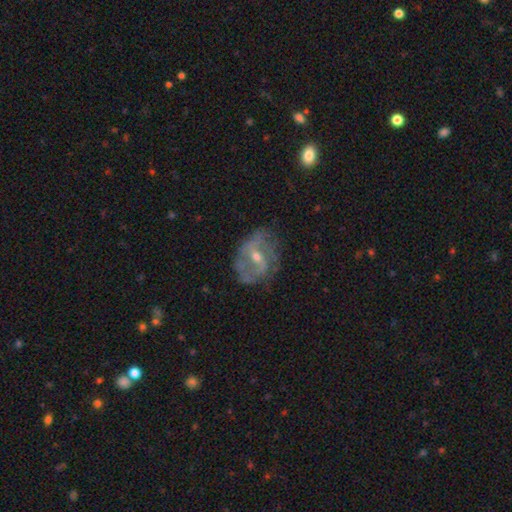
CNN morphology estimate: A featured or disk galaxy (75%) with a weak bar (45%), 2 (55%) medium (41%) spiral arms (74%) and a small central bulge (49%).

Vote fractions:
- Smooth or featured? featured or disk: 75% / smooth: 17% / star or artifact: 8%
- Edge-on disk? no: 96% / yes: 4%
- Bar? weak: 45% / no: 33% / strong: 22%
- Spiral arms? yes: 74% / no: 26%
- Spiral winding? medium: 41% / loose: 35% / tight: 24%
- Spiral arm count? 2: 55% / can't tell: 25% / 3: 9% / 1: 5% / 4: 3% / more than 4: 2%
- Bulge size? small: 49% / moderate: 47% / none: 2% / large: 1% / dominant: 1%
- Merging? none: 60% / minor disturbance: 24% / major disturbance: 14% / merger: 2%